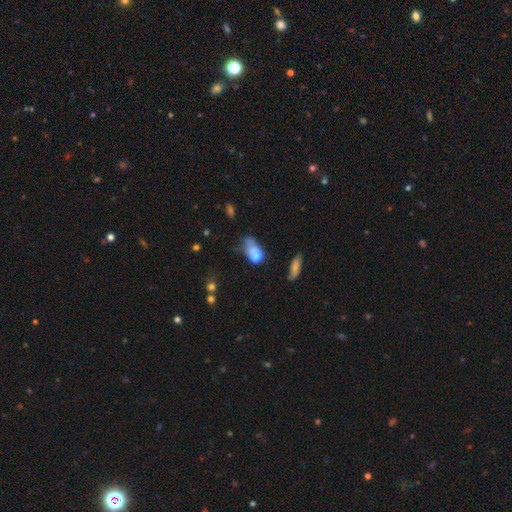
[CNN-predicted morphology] A smooth galaxy with no disk features (69%) that is in between round and cigar-shaped (81%). Merging: major disturbance (39%).